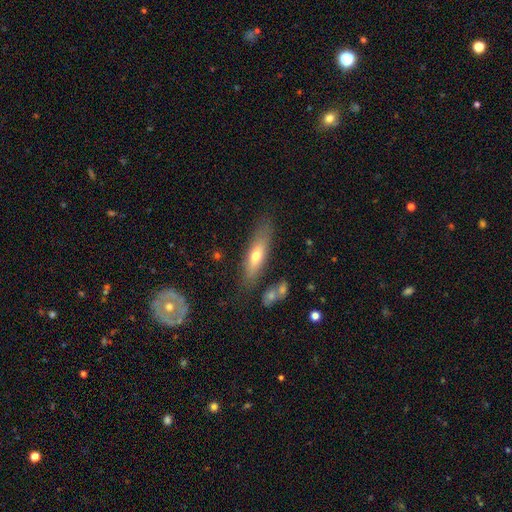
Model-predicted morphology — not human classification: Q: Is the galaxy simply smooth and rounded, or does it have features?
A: smooth — 60%.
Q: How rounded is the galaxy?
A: cigar-shaped — 60%.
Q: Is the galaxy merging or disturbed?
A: none — 76%.